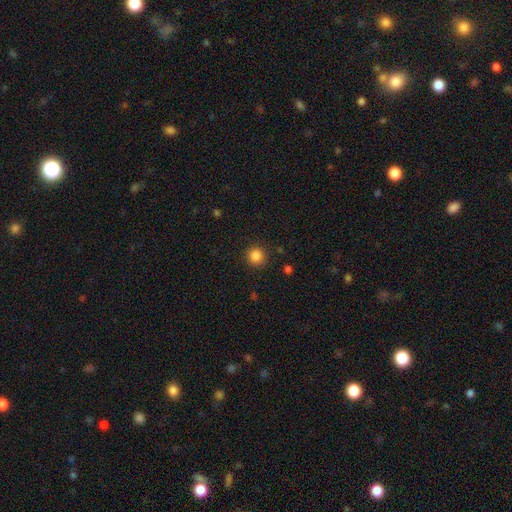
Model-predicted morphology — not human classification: A smooth galaxy with no disk features (86%) that is round (93%).

Vote fractions:
- Smooth or featured? smooth: 86% / star or artifact: 11% / featured or disk: 3%
- How rounded? round: 93% / in between: 6% / cigar-shaped: 1%
- Merging? none: 90% / minor disturbance: 7% / major disturbance: 3% / merger: 1%